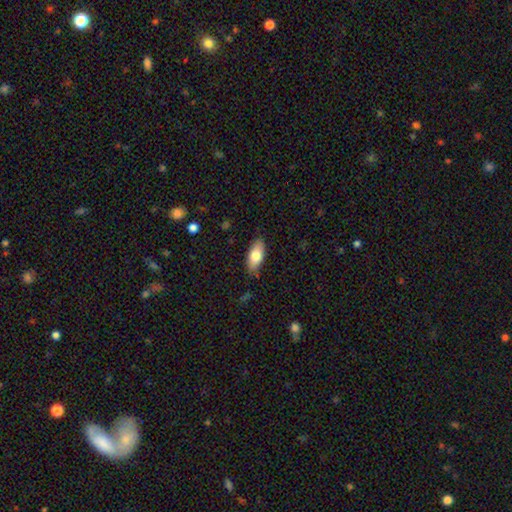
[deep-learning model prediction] A smooth galaxy with no disk features (77%) that is in between round and cigar-shaped (88%). Merging: none (85%).